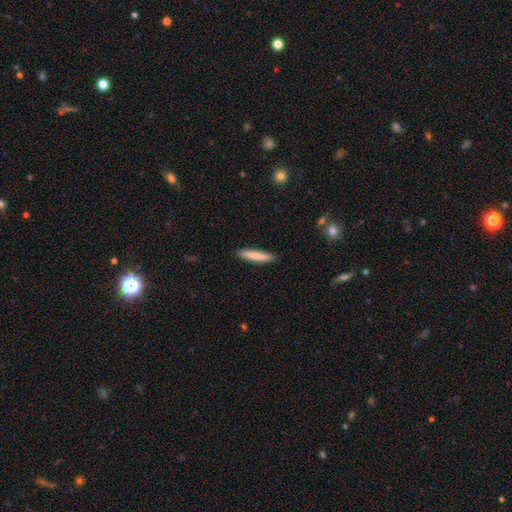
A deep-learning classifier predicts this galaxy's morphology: A smooth galaxy with no disk features (83%) that is cigar-shaped (91%). Merging: none (90%).